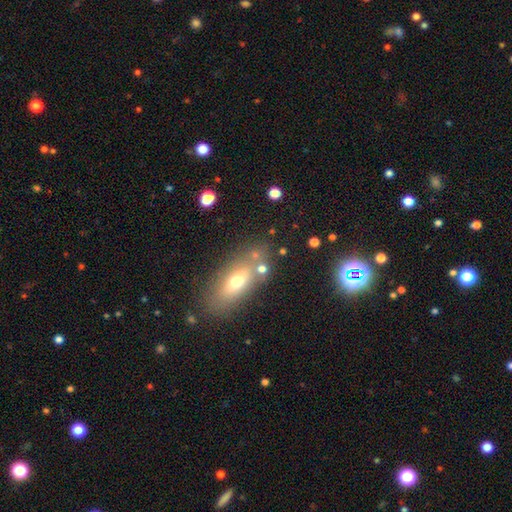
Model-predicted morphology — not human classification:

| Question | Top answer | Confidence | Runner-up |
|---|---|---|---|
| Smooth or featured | smooth | 59% | featured or disk (25%) |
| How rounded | in between | 70% | cigar-shaped (18%) |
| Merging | none | 70% | minor disturbance (13%) |